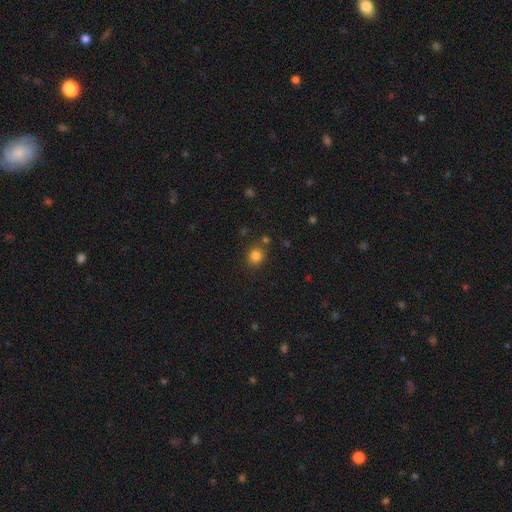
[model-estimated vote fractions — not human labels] Morphology: type=smooth (82%); roundness=round (80%); merging=none (81%).